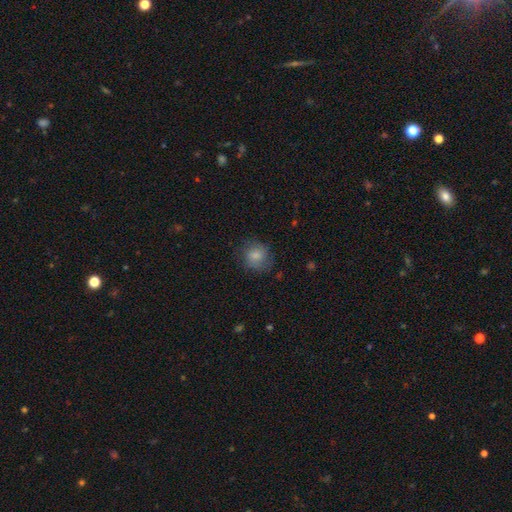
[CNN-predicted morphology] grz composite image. It shows a smooth galaxy with no disk features (81%) that is round (78%). Merging: none (73%).